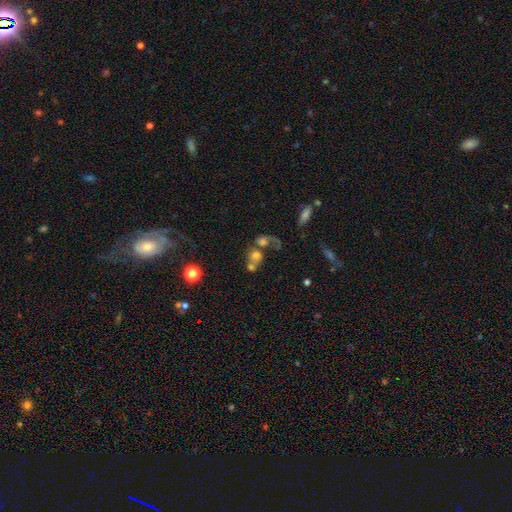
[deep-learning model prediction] Smooth or featured: smooth — 62% (featured or disk — 22%)
How rounded: round — 69% (in between — 29%)
Merging: merger — 56% (none — 25%)